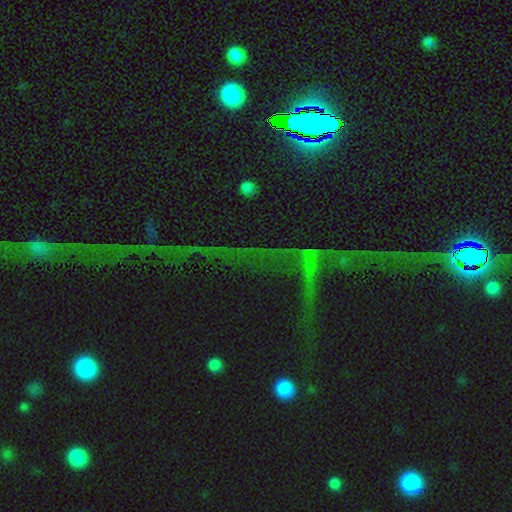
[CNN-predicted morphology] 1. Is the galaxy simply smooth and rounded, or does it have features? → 73% star or artifact, 15% featured or disk, 13% smooth.